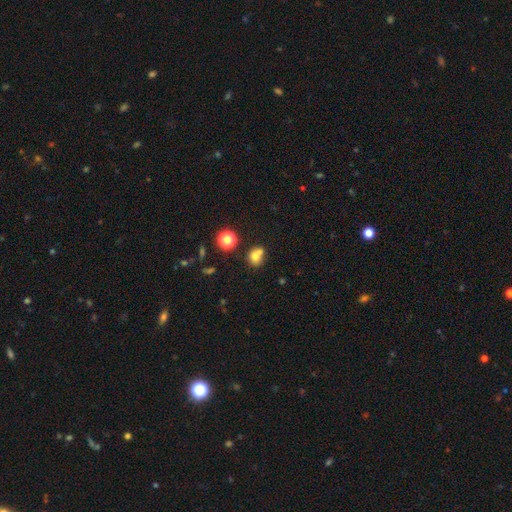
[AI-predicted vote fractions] This is likely a smooth galaxy (73%). How rounded: likely round (64%). Merging: marginally none (42%).